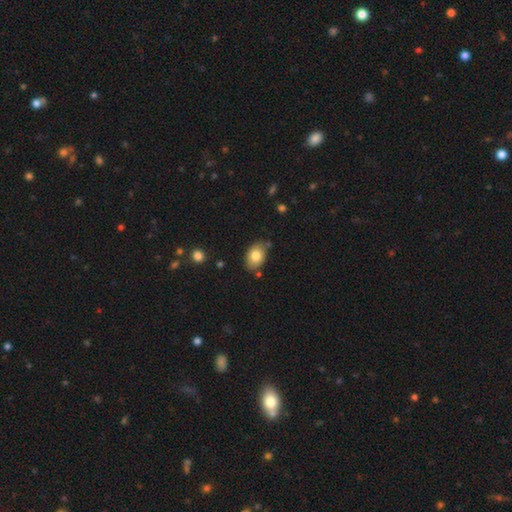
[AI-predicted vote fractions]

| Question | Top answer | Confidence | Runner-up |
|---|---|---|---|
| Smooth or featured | smooth | 80% | featured or disk (12%) |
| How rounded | in between | 81% | round (18%) |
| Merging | none | 77% | minor disturbance (15%) |